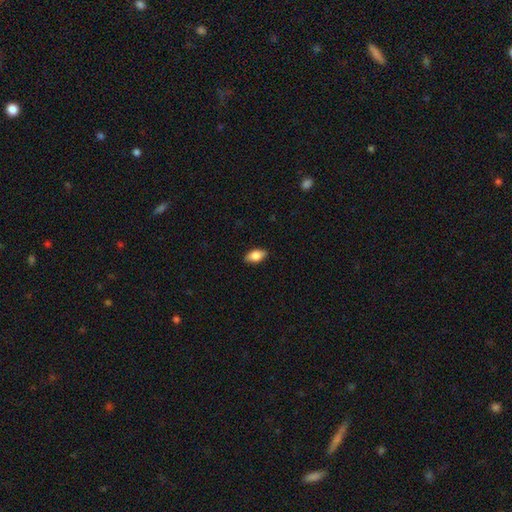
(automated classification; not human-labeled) Q: Smooth or featured?
A: smooth (81%); runner-up: featured or disk (12%)
Q: How rounded?
A: in between (90%); runner-up: cigar-shaped (5%)
Q: Merging?
A: none (88%); runner-up: minor disturbance (9%)